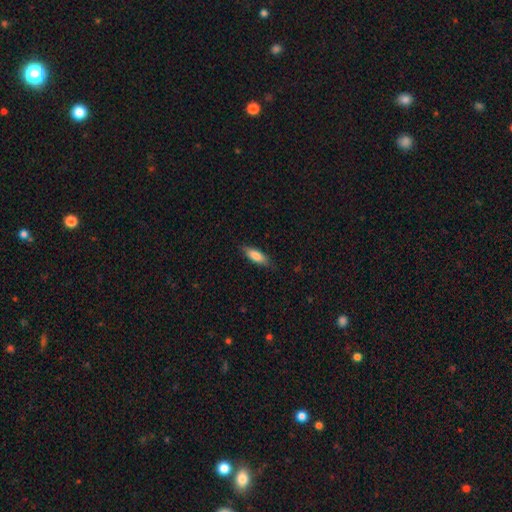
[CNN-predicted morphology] Smooth or featured? smooth (80%)
How rounded? in between (57%)
Merging? none (82%)